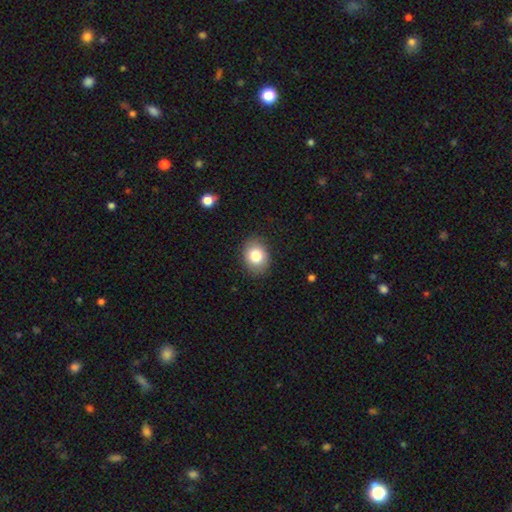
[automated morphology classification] A smooth galaxy with no disk features (81%) that is in between round and cigar-shaped (55%).

Vote fractions:
- Smooth or featured? smooth: 81% / featured or disk: 10% / star or artifact: 9%
- How rounded? in between: 55% / round: 44% / cigar-shaped: 1%
- Merging? none: 87% / minor disturbance: 9% / major disturbance: 3% / merger: 1%